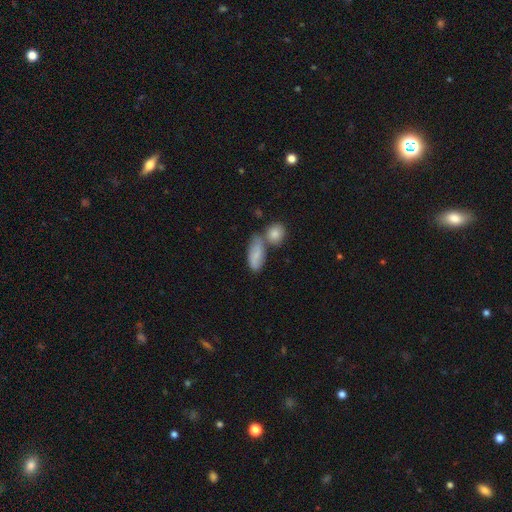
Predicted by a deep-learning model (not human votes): This appears to be a smooth galaxy with no disk features (73%) that is in between round and cigar-shaped (80%). Merging: none (42%).